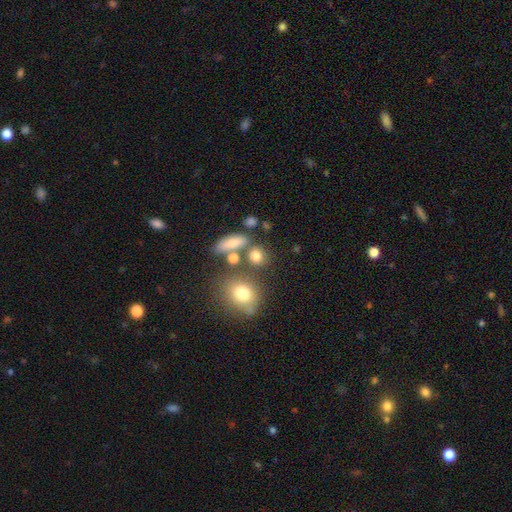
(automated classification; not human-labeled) Morphology: type=smooth (75%); roundness=round (70%); merging=none (61%).